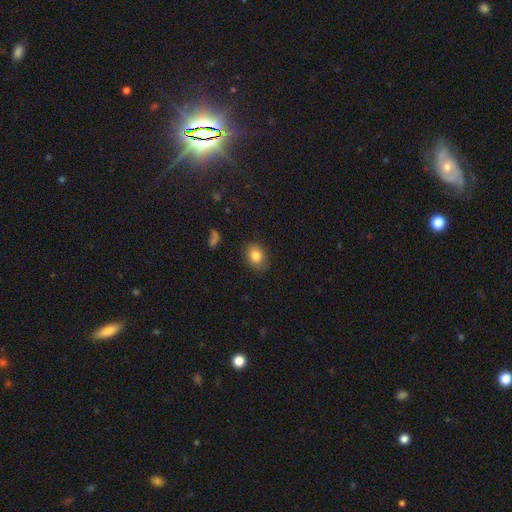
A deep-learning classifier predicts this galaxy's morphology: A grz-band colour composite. It shows a smooth galaxy with no disk features (83%) that is in between round and cigar-shaped (64%). Merging: none (85%).